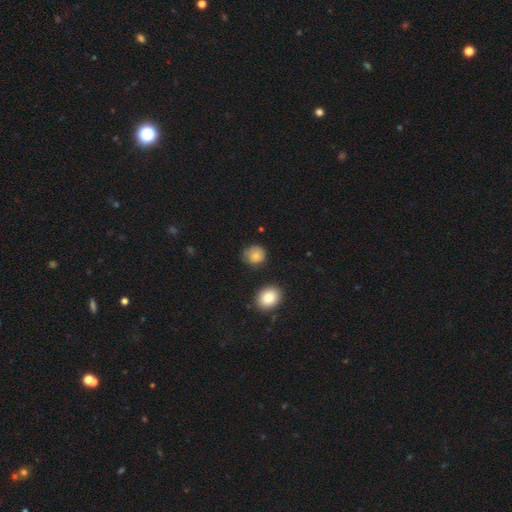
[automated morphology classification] Overall: smooth (79%). How rounded: round (81%). Merging: none (70%).